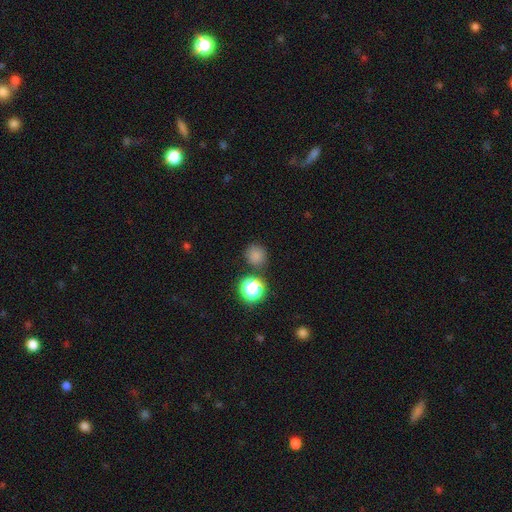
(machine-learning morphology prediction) type=smooth (76%); roundness=round (89%); merging=none (79%).